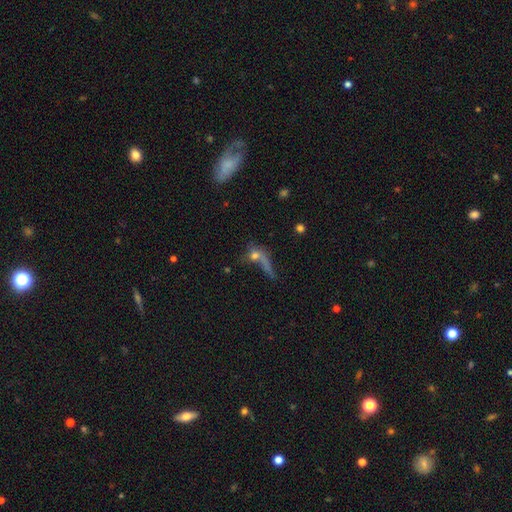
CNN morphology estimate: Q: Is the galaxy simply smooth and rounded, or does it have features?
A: smooth — 49%.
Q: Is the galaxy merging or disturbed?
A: none — 36%.